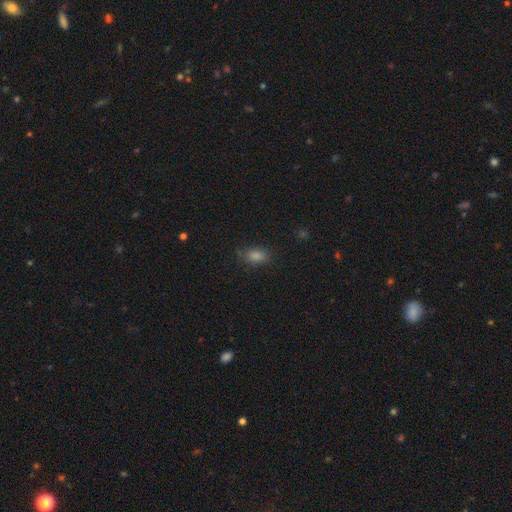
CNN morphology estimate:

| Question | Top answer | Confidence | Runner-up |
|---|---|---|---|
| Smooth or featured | smooth | 78% | star or artifact (16%) |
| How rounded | in between | 82% | round (15%) |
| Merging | none | 82% | minor disturbance (13%) |